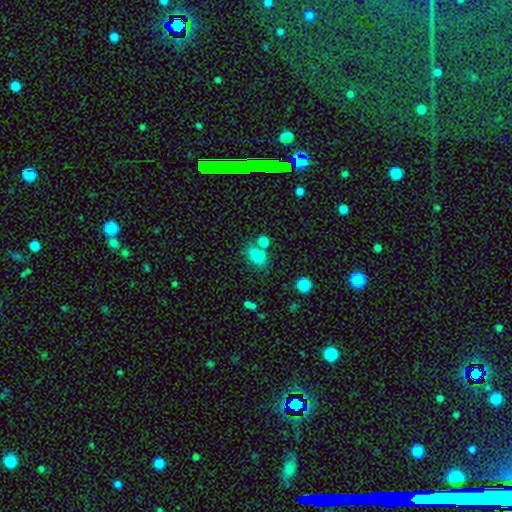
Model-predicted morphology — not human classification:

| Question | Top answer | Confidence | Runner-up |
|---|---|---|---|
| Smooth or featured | smooth | 73% | star or artifact (16%) |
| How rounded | in between | 76% | round (21%) |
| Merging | none | 44% | merger (32%) |